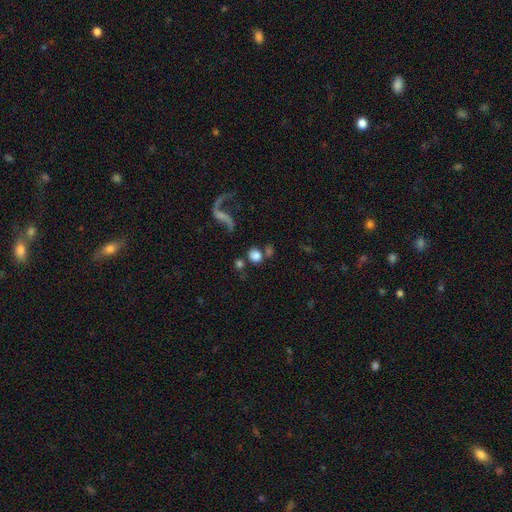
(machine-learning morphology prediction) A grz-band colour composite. It shows a smooth galaxy with no disk features (74%) that is round (81%). Merging: none (64%).